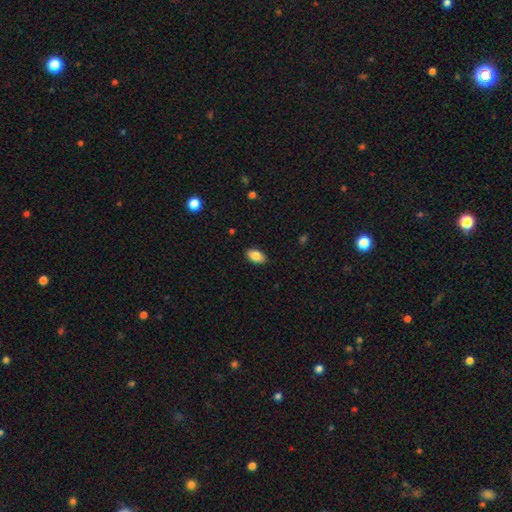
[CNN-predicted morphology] Q: Smooth or featured?
A: smooth (86%); runner-up: star or artifact (7%)
Q: How rounded?
A: in between (92%); runner-up: round (6%)
Q: Merging?
A: none (89%); runner-up: minor disturbance (9%)